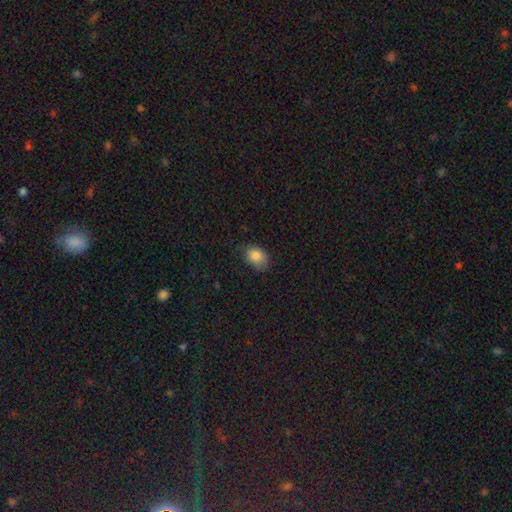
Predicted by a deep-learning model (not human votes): smooth 85%, star or artifact 9%, featured or disk 7%. Down the decision tree: how rounded — in between (67%); merging — none (64%).